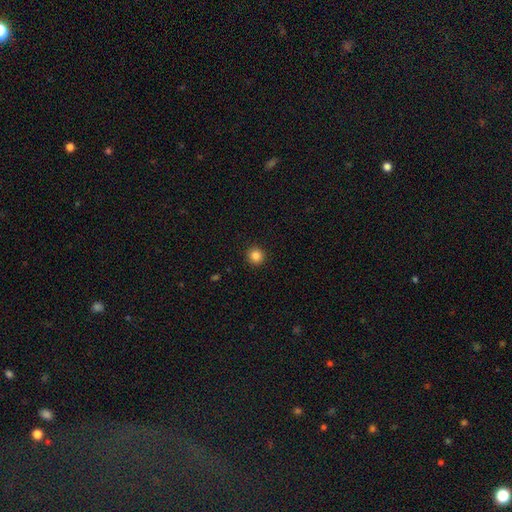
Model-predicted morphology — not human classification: Smooth or featured? Predicted: smooth (p=0.85). How rounded? Predicted: round (p=0.95). Merging? Predicted: none (p=0.93).